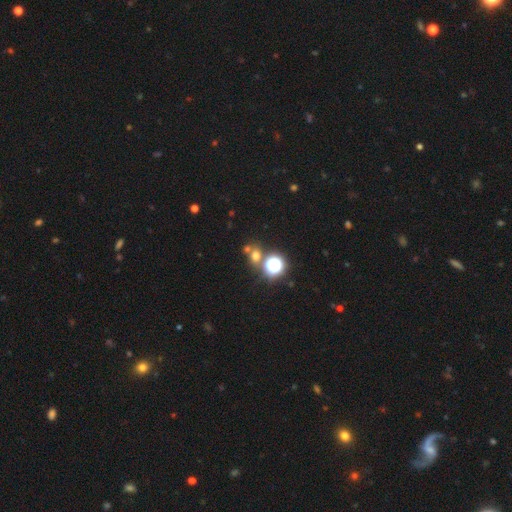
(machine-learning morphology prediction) This appears to be a smooth galaxy with no disk features (54%) that is round (80%). Merging: none (63%).